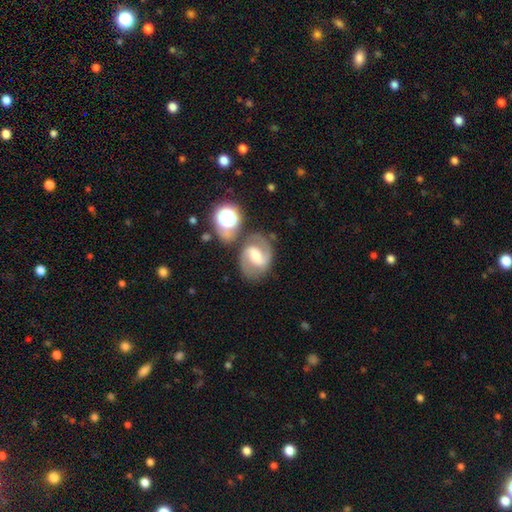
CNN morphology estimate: Smooth or featured?
  - featured or disk: 81% *
  - smooth: 12%
  - star or artifact: 7%
Edge-on disk?
  - no: 97% *
  - yes: 3%
Bar?
  - weak: 49% *
  - strong: 33%
  - no: 18%
Spiral arms?
  - yes: 95% *
  - no: 5%
Spiral winding?
  - medium: 59% *
  - tight: 21%
  - loose: 20%
Spiral arm count?
  - 2: 90% *
  - can't tell: 4%
  - 3: 2%
  - 1: 2%
  - 4: 1%
  - more than 4: 1%
Bulge size?
  - moderate: 61% *
  - small: 26%
  - large: 9%
  - none: 2%
  - dominant: 1%
Merging?
  - none: 69% *
  - minor disturbance: 14%
  - merger: 11%
  - major disturbance: 6%